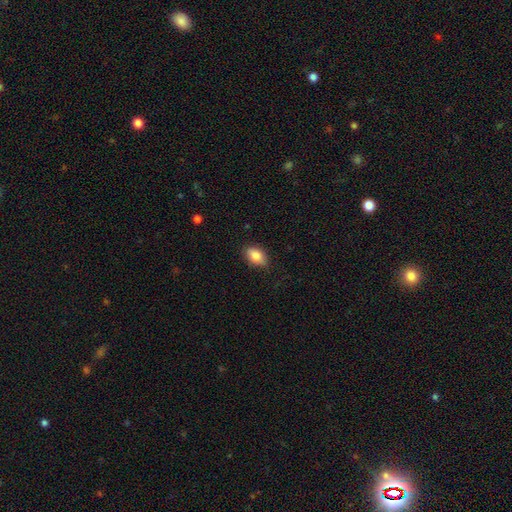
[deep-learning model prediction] This appears to be a smooth galaxy with no disk features (82%) that is in between round and cigar-shaped (86%). Merging: none (81%).